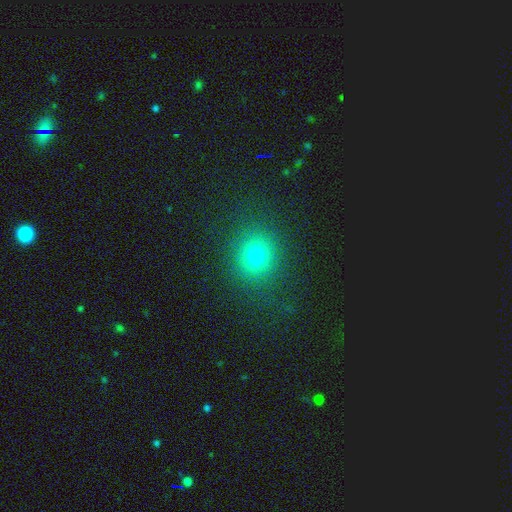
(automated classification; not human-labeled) Overall: smooth (76%). How rounded: round (78%). Merging: none (86%).